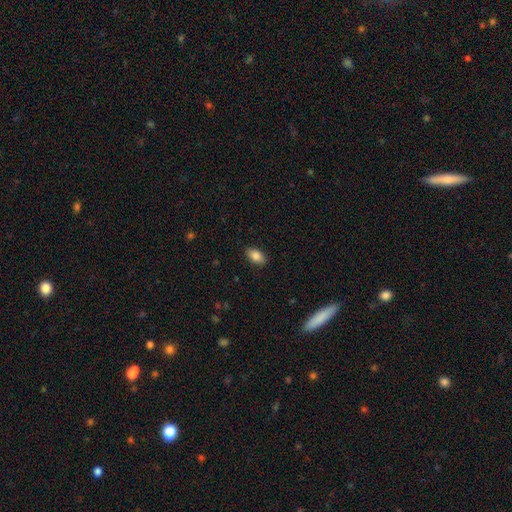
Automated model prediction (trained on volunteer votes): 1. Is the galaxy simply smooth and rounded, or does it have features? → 86% smooth, 8% star or artifact, 6% featured or disk.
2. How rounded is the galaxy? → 91% in between, 6% round, 3% cigar-shaped.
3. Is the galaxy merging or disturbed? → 88% none, 9% minor disturbance, 2% major disturbance, 1% merger.